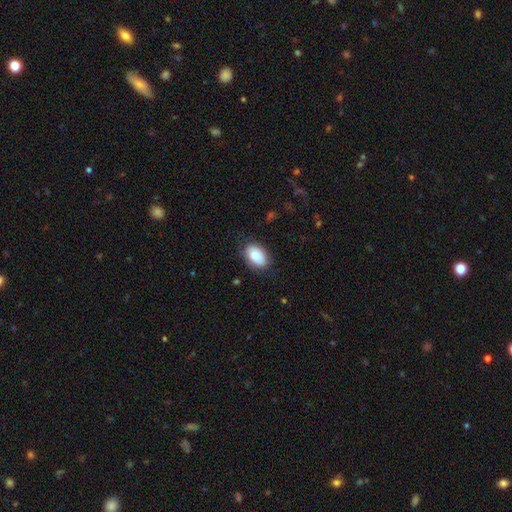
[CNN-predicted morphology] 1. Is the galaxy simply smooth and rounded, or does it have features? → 84% smooth, 9% featured or disk, 7% star or artifact.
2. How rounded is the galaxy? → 91% in between, 8% round, 1% cigar-shaped.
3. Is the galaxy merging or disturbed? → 78% none, 17% minor disturbance, 4% major disturbance, 1% merger.